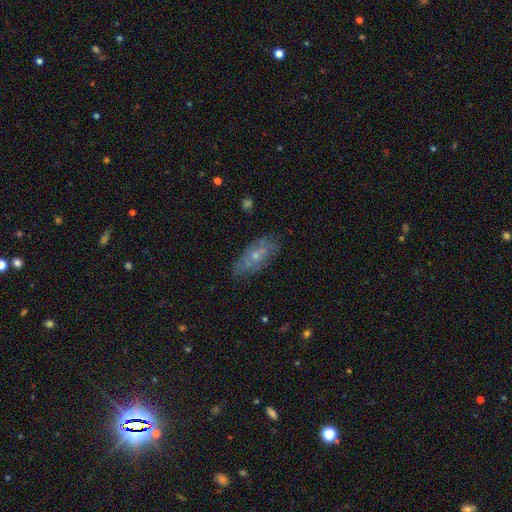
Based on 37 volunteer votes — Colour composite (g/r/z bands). It shows a featured or disk galaxy (51%) with no bar (94%), no spiral arms (81%) and a small central bulge (69%). Merging: none (69%).